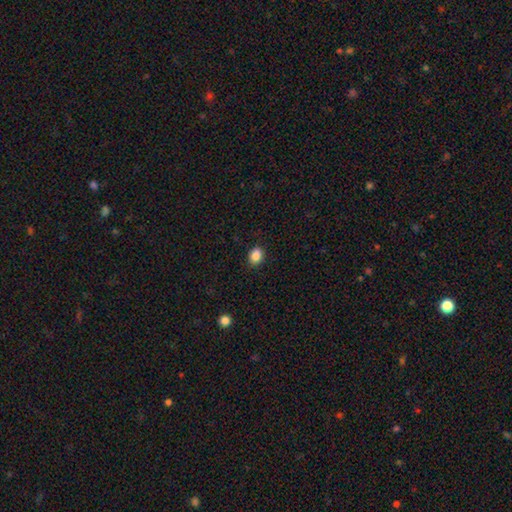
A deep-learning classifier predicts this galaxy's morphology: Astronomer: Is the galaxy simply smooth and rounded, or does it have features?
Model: smooth — 87%.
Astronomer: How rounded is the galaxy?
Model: in between — 54% (runner-up: round, 45%).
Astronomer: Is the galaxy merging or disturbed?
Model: none — 87%.